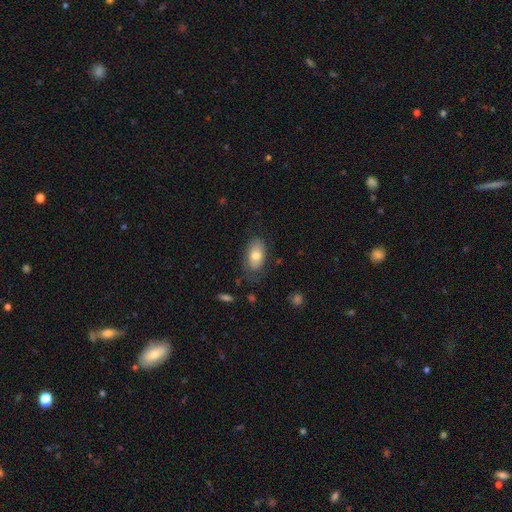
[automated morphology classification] Smooth or featured? Predicted: smooth (p=0.72). How rounded? Predicted: in between (p=0.92). Merging? Predicted: none (p=0.64).